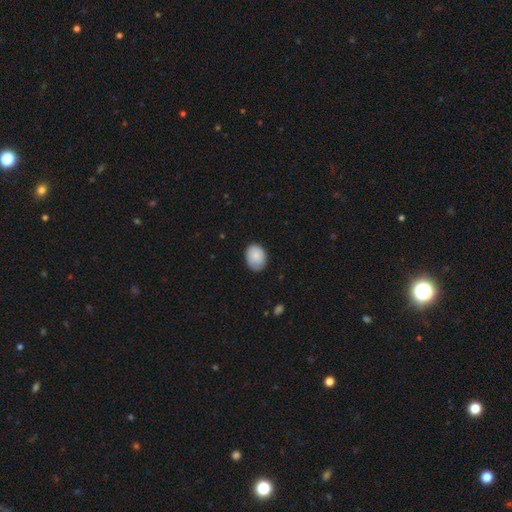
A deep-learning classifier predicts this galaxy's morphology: smooth-or-featured: smooth: 83% | featured or disk: 10% | star or artifact: 7%
  how-rounded: in between: 66% | round: 33% | cigar-shaped: 1%
  merging: none: 74% | minor disturbance: 22% | major disturbance: 3% | merger: 1%